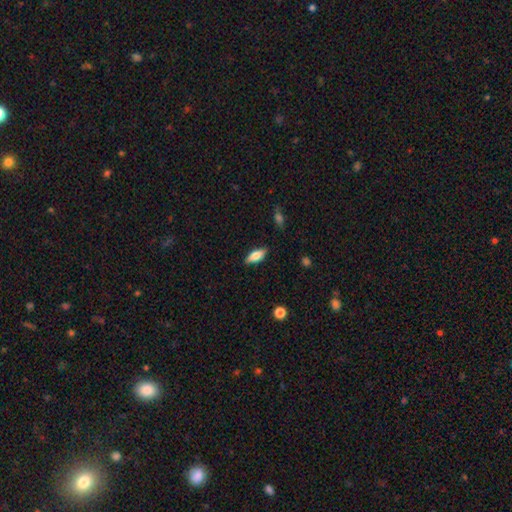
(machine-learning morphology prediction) Q: Smooth or featured?
A: smooth (68%); runner-up: featured or disk (25%)
Q: How rounded?
A: in between (74%); runner-up: cigar-shaped (23%)
Q: Merging?
A: none (85%); runner-up: minor disturbance (11%)